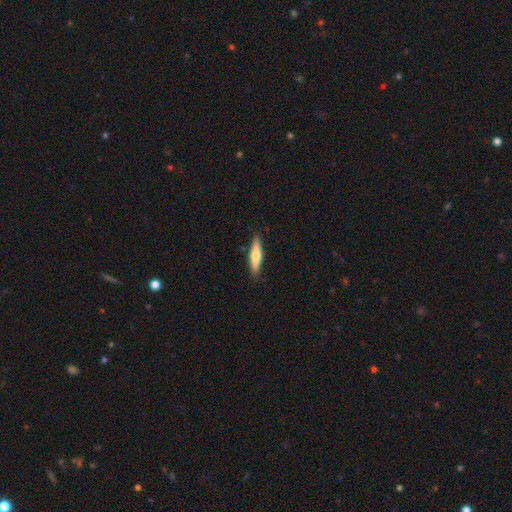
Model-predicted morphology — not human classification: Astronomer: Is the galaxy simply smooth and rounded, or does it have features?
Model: smooth — 59% (runner-up: featured or disk, 36%).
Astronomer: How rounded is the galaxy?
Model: cigar-shaped — 81%.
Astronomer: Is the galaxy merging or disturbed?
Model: none — 88%.